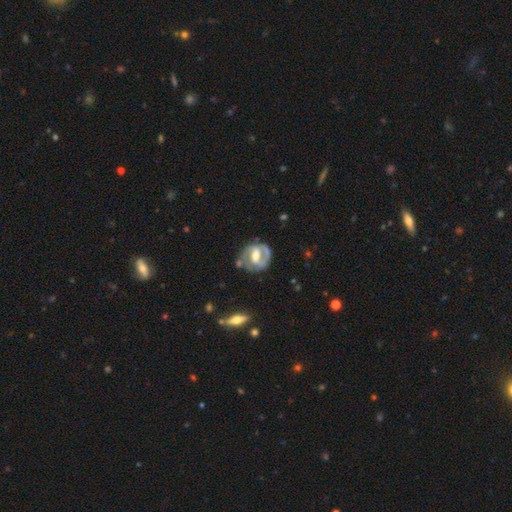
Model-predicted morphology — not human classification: This is clearly a featured or disk galaxy (83%). It is clearly not viewed edge-on (97%). Bar: marginally weak (42%). Spiral arm pattern: clearly yes (86%). Spiral arm count: likely 2 (79%). Spiral winding: marginally medium (45%). Central bulge: likely moderate (63%). Merging: likely none (67%).